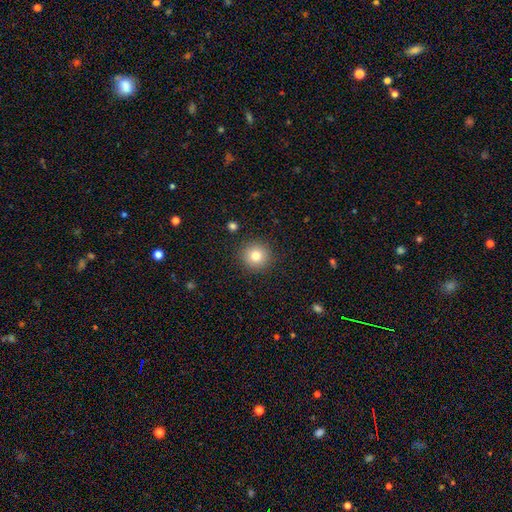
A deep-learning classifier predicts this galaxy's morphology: type=smooth (79%); roundness=round (95%); merging=none (90%).